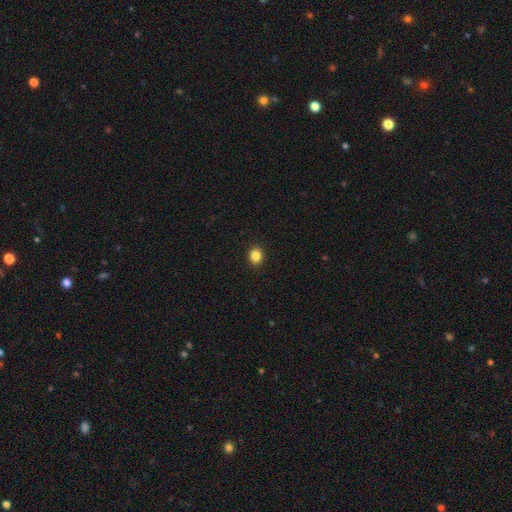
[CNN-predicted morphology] type=smooth (85%); roundness=round (65%); merging=none (92%).